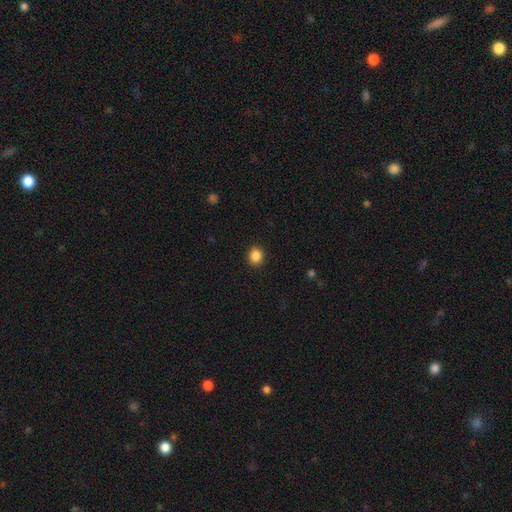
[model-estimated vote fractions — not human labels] smooth 86%, star or artifact 10%, featured or disk 3%. Down the decision tree: how rounded — round (79%); merging — none (92%).